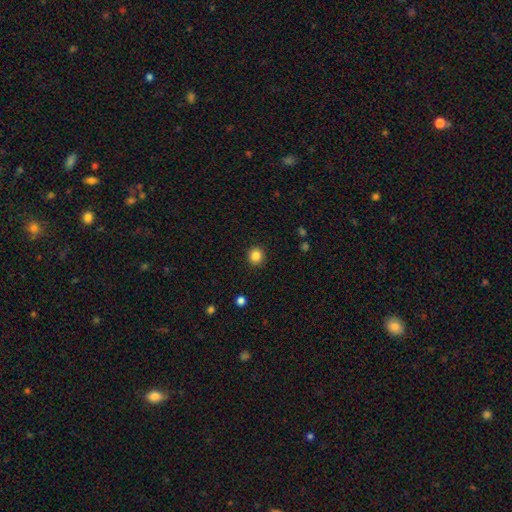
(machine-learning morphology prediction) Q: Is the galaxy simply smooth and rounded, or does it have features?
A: smooth — 85%.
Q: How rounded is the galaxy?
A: round — 93%.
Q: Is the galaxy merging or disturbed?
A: none — 92%.